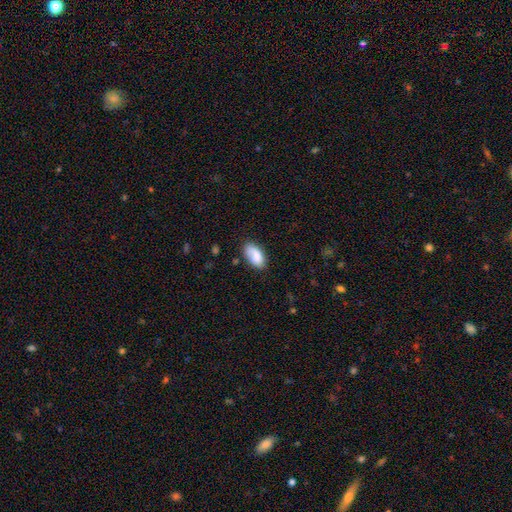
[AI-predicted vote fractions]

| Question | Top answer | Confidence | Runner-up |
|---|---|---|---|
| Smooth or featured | smooth | 83% | featured or disk (11%) |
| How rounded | in between | 94% | round (3%) |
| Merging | none | 72% | minor disturbance (20%) |